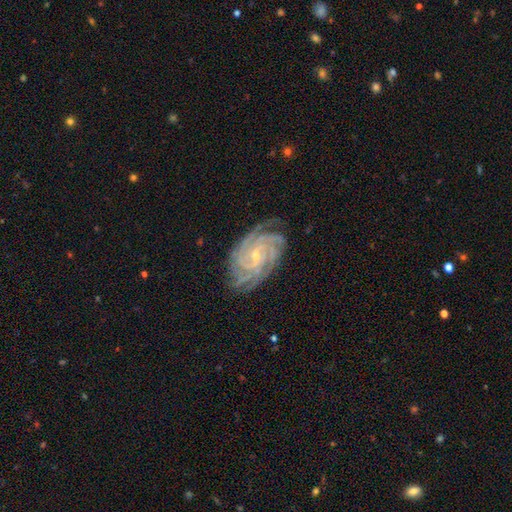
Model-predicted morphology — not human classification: A featured or disk galaxy (91%) with no bar (52%), 4 (34%) tight (79%) spiral arms (99%) and a small central bulge (75%). Merging: none (81%).